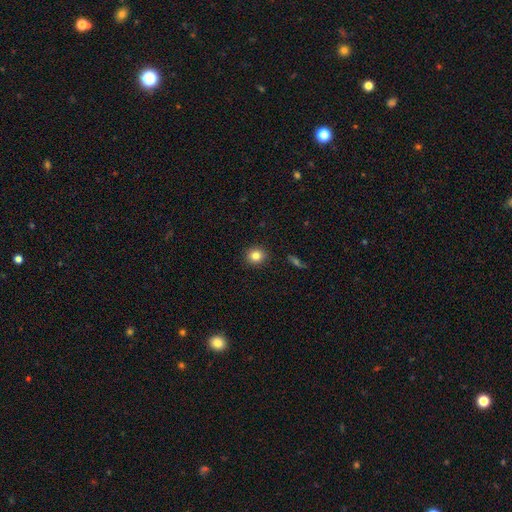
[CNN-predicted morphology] Smooth or featured?
  - smooth: 83% *
  - star or artifact: 11%
  - featured or disk: 6%
How rounded?
  - round: 87% *
  - in between: 12%
  - cigar-shaped: 1%
Merging?
  - none: 91% *
  - minor disturbance: 6%
  - major disturbance: 2%
  - merger: 1%